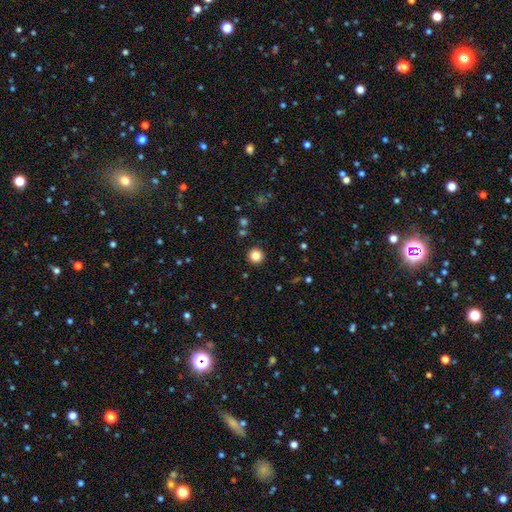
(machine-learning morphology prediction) smooth-or-featured: smooth: 83% | star or artifact: 12% | featured or disk: 5%
  how-rounded: round: 96% | in between: 3% | cigar-shaped: 1%
  merging: none: 92% | minor disturbance: 5% | major disturbance: 2% | merger: 2%